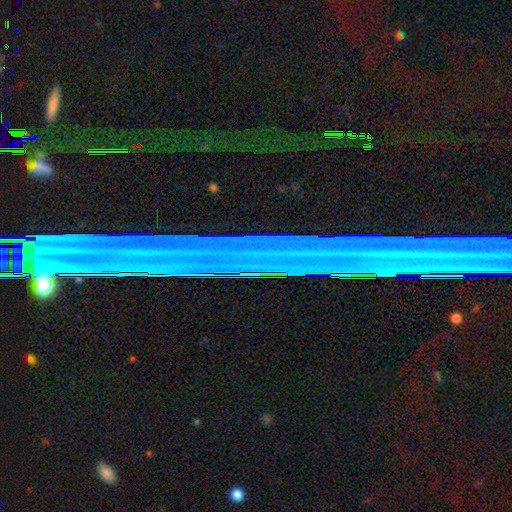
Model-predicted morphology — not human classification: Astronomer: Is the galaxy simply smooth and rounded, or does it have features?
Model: star or artifact — 73%.